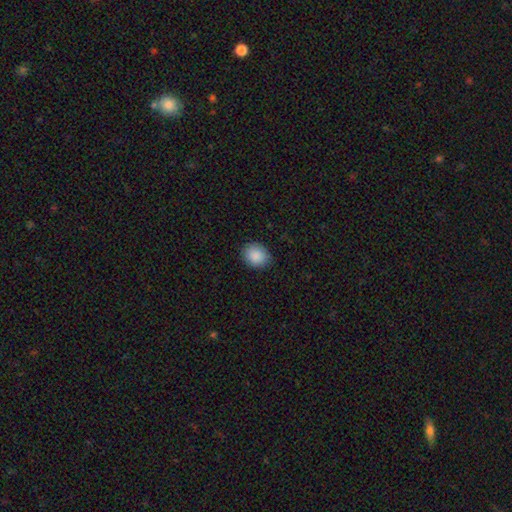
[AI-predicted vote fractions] smooth_or_featured: smooth (p=0.88) [alt: star or artifact p=0.08]
how_rounded: round (p=0.62) [alt: in between p=0.38]
merging: none (p=0.85) [alt: minor disturbance p=0.12]